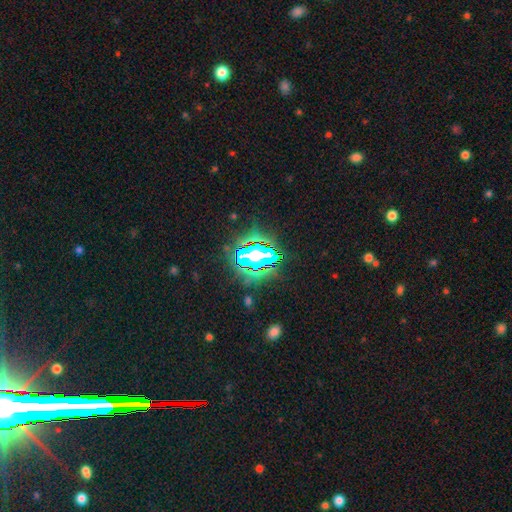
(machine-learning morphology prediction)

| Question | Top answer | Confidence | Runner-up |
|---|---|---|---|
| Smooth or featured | star or artifact | 69% | smooth (18%) |